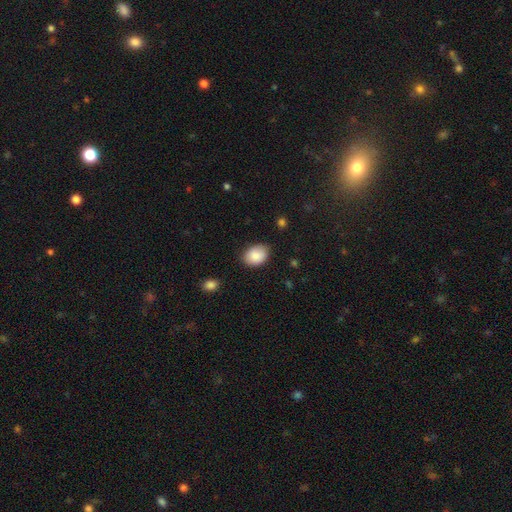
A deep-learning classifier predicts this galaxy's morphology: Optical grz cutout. It shows a smooth galaxy with no disk features (86%) that is in between round and cigar-shaped (72%). Merging: none (81%).